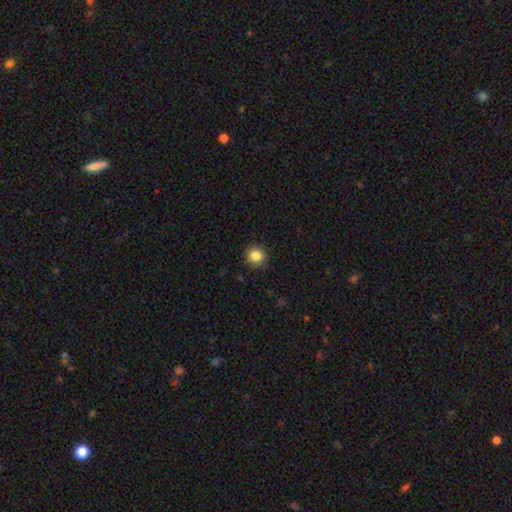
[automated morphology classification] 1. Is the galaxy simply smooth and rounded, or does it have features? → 86% smooth, 10% star or artifact, 4% featured or disk.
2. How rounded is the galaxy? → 91% round, 8% in between, 1% cigar-shaped.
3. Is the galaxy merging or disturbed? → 89% none, 8% minor disturbance, 2% major disturbance, 1% merger.